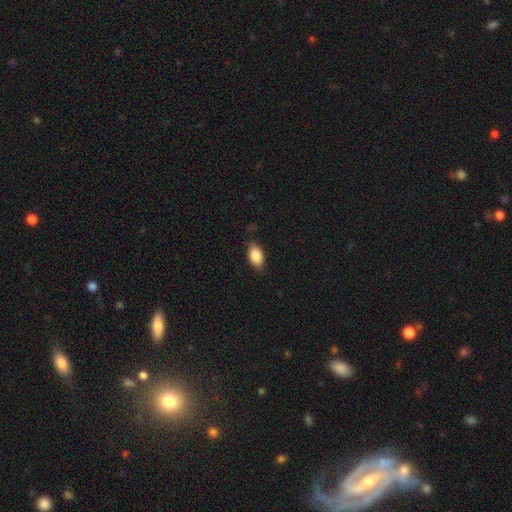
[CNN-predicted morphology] type=smooth (88%); roundness=in between (92%); merging=none (80%).